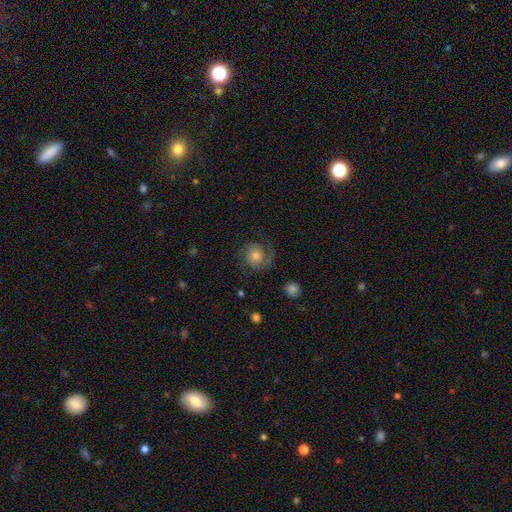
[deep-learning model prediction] Morphology: type=featured or disk (70%); edge-on=no (98%); bar=no (77%); spiral arms=yes (95%); winding=tight (42%, tied with medium); arm count=2 (73%); bulge=moderate (54%); merging=none (74%).